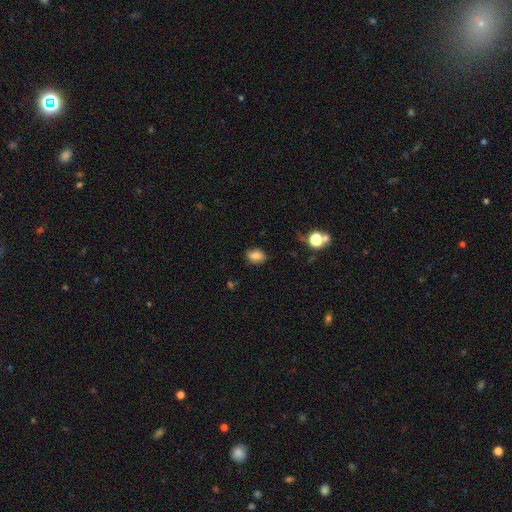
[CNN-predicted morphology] The model was most divided on "how rounded": in between: 70%, round: 29%, cigar-shaped: 1%. More confident: merging — none (83%); smooth or featured — smooth (78%).